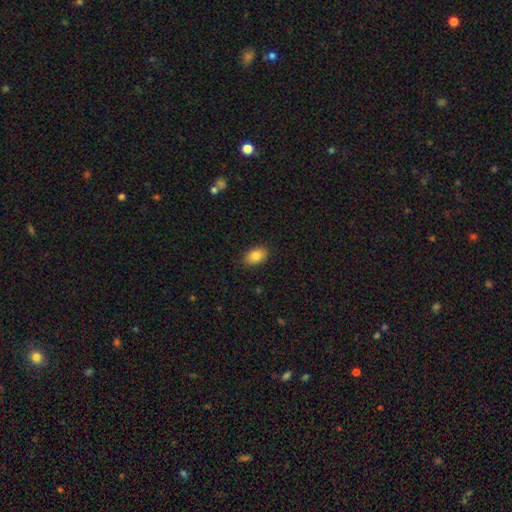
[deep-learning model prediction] Q: Smooth or featured?
A: smooth (85%); runner-up: star or artifact (8%)
Q: How rounded?
A: in between (87%); runner-up: round (12%)
Q: Merging?
A: none (87%); runner-up: minor disturbance (9%)